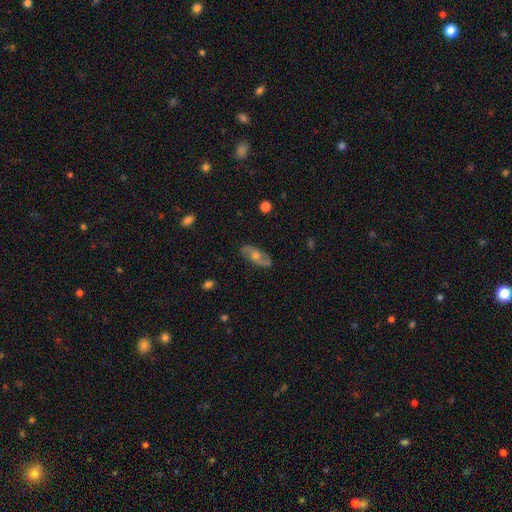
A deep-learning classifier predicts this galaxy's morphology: Q: Smooth or featured?
A: featured or disk (67%); runner-up: smooth (25%)
Q: Edge-on disk?
A: no (86%); runner-up: yes (14%)
Q: Bar?
A: no (67%); runner-up: weak (26%)
Q: Spiral arms?
A: yes (81%); runner-up: no (19%)
Q: Bulge size?
A: moderate (66%); runner-up: small (22%)
Q: Merging?
A: none (84%); runner-up: minor disturbance (12%)